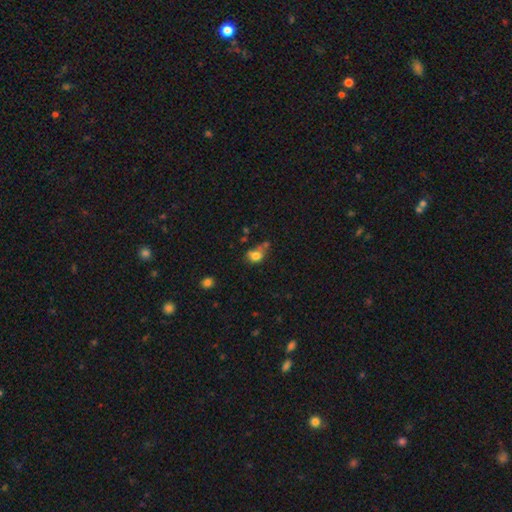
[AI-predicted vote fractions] Smooth or featured? Predicted: smooth (p=0.76). How rounded? Predicted: round (p=0.51). Merging? Predicted: none (p=0.36).